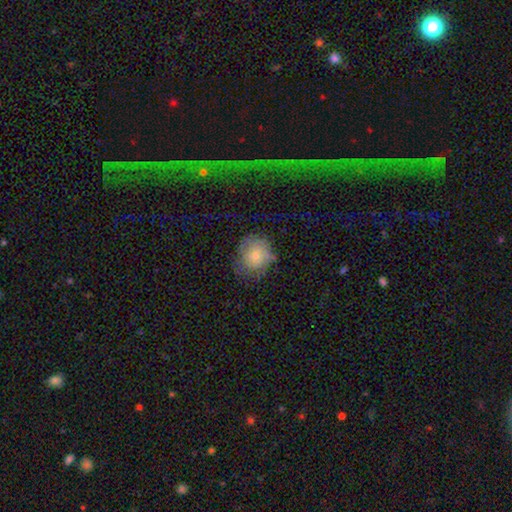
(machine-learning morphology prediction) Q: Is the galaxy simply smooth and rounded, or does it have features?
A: smooth — 62%.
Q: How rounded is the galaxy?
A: round — 75%.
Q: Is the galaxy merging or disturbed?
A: none — 64%.